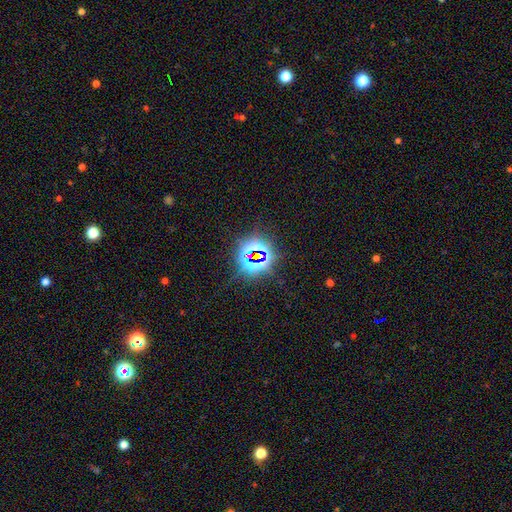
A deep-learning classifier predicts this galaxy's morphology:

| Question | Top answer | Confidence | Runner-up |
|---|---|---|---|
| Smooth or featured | star or artifact | 80% | smooth (12%) |